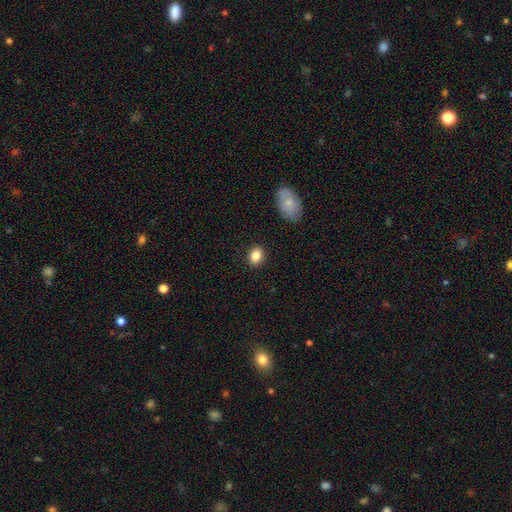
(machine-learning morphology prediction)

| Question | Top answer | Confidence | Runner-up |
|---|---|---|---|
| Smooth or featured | smooth | 84% | star or artifact (9%) |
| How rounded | in between | 53% | round (46%) |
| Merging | none | 89% | minor disturbance (8%) |